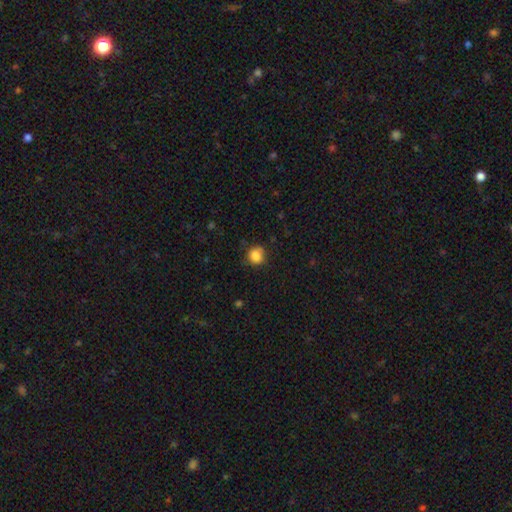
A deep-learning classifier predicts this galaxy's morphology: The model was most divided on "merging": none: 73%, minor disturbance: 20%, major disturbance: 5%, merger: 2%. More confident: smooth or featured — smooth (85%); how rounded — round (84%).